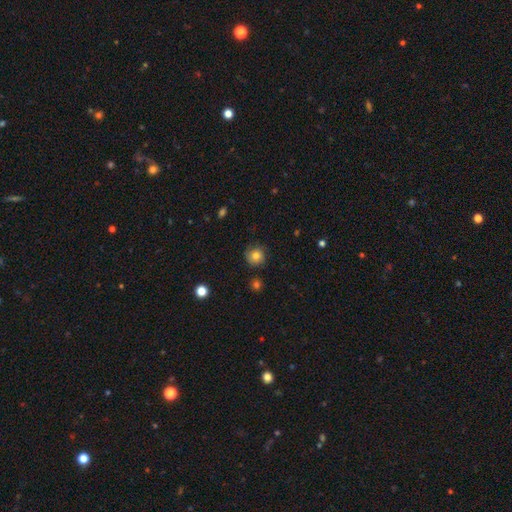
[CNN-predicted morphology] type=smooth (74%); roundness=round (91%); merging=none (79%).